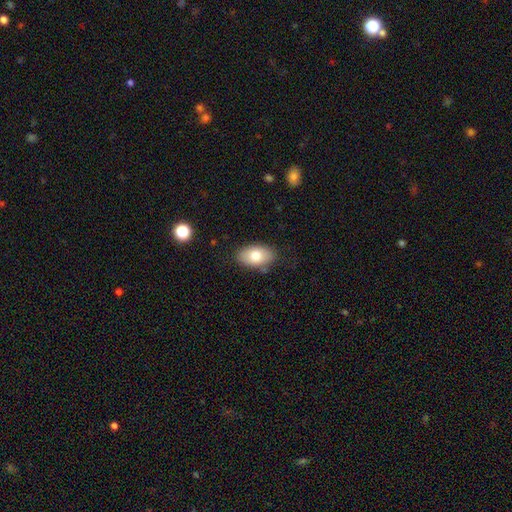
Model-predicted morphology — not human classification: smooth_or_featured: smooth (p=0.77) [alt: featured or disk p=0.15]
how_rounded: in between (p=0.92) [alt: round p=0.07]
merging: none (p=0.81) [alt: minor disturbance p=0.14]